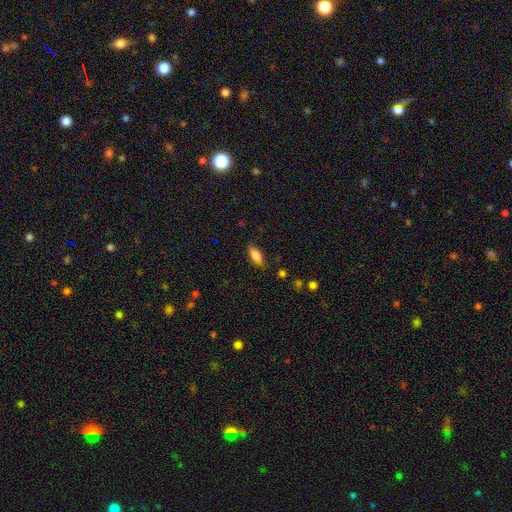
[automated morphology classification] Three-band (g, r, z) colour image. It shows a smooth galaxy with no disk features (84%) that is in between round and cigar-shaped (78%). Merging: none (79%).